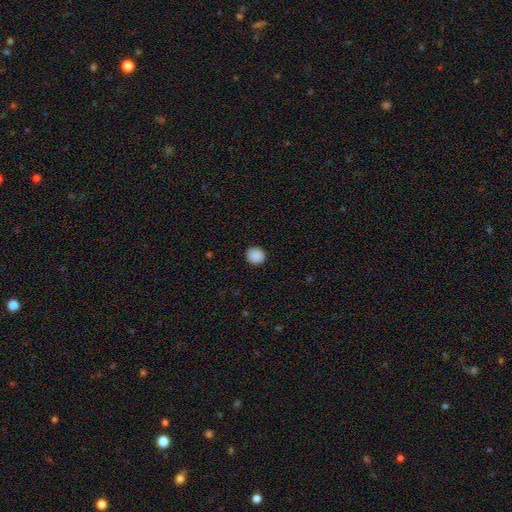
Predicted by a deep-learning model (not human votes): smooth-or-featured: smooth: 89% | star or artifact: 9% | featured or disk: 2%
  how-rounded: round: 87% | in between: 12% | cigar-shaped: 1%
  merging: none: 92% | minor disturbance: 6% | major disturbance: 2% | merger: 1%